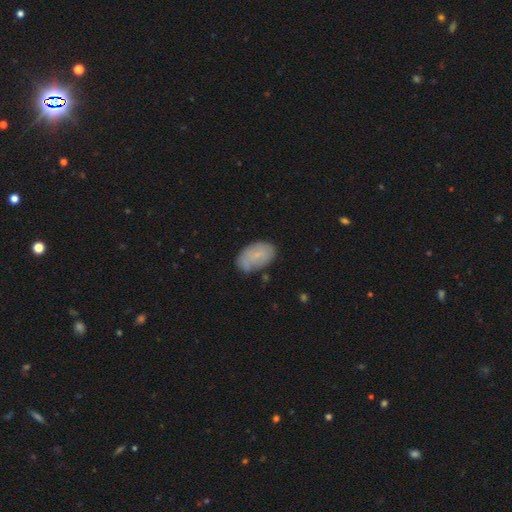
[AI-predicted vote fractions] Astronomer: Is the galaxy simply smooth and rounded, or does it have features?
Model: smooth — 66%.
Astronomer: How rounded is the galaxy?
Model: in between — 94%.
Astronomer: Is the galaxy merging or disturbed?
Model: none — 65%.